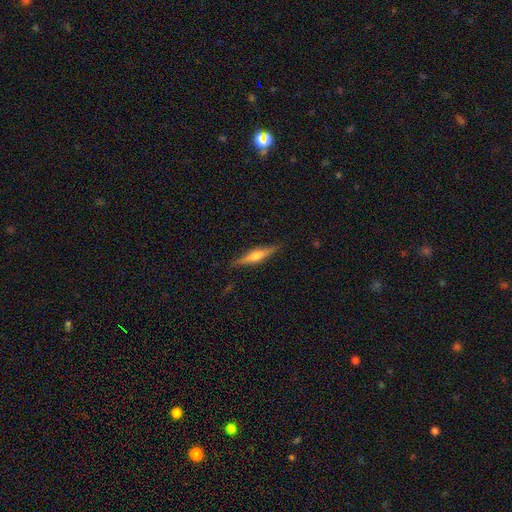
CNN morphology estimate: Q: Smooth or featured?
A: featured or disk (59%); runner-up: smooth (35%)
Q: Edge-on disk?
A: yes (96%); runner-up: no (4%)
Q: Edge-on bulge?
A: rounded (87%); runner-up: boxy (8%)
Q: Merging?
A: none (88%); runner-up: minor disturbance (9%)